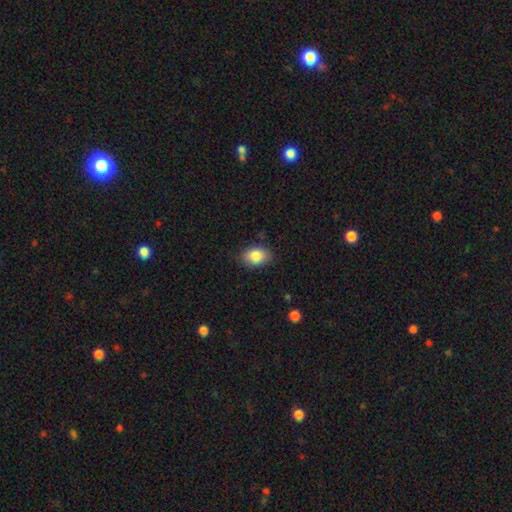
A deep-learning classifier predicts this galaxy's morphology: type=smooth (84%); roundness=in between (79%); merging=none (84%).